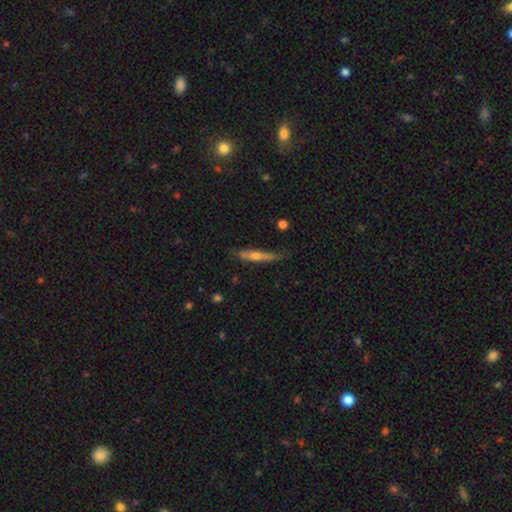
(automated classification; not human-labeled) Q: Smooth or featured?
A: featured or disk (54%); runner-up: smooth (40%)
Q: Edge-on disk?
A: yes (93%); runner-up: no (7%)
Q: Merging?
A: none (74%); runner-up: minor disturbance (20%)